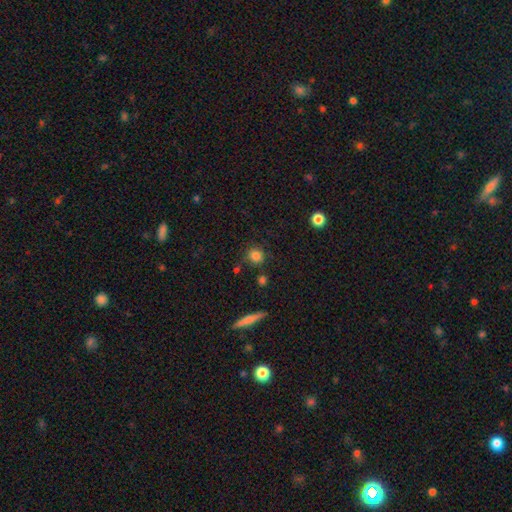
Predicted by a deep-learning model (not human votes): This appears to be a smooth galaxy with no disk features (83%) that is round (85%). Merging: none (77%).